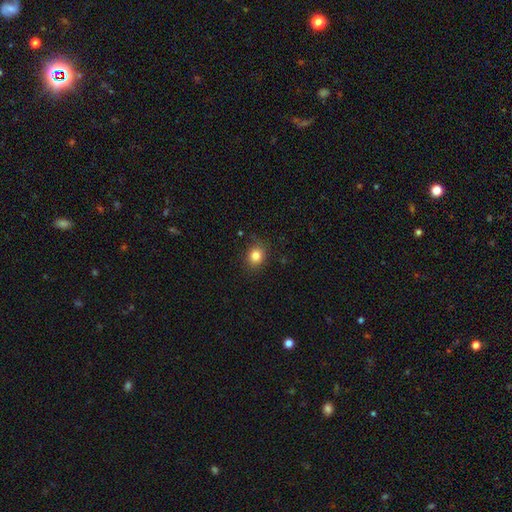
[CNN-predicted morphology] Overall: smooth (83%). How rounded: round (68%; in between 31%). Merging: none (80%).